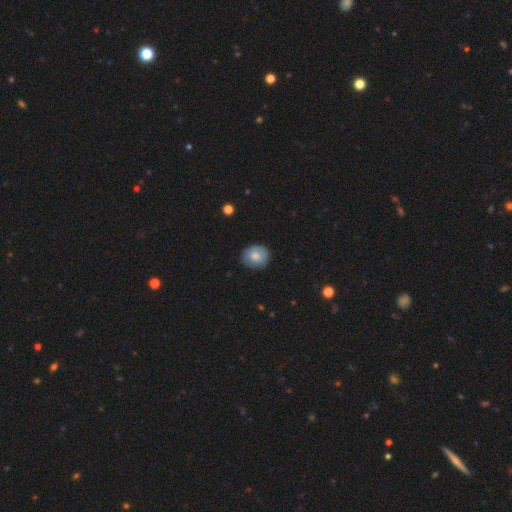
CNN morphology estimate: This appears to be a smooth galaxy with no disk features (75%) that is round (66%). Merging: none (82%).